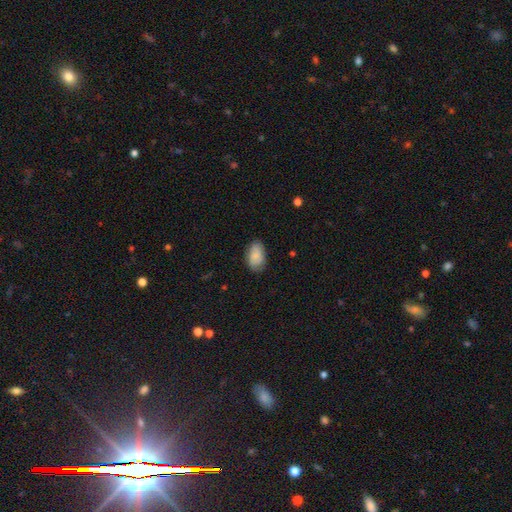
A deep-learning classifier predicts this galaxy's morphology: This appears to be a smooth galaxy with no disk features (75%) that is in between round and cigar-shaped (92%). Merging: none (73%).